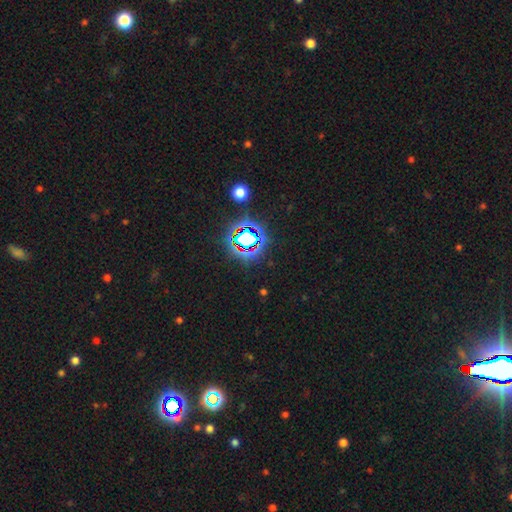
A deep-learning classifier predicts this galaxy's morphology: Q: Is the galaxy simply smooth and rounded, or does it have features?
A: star or artifact — 81%.